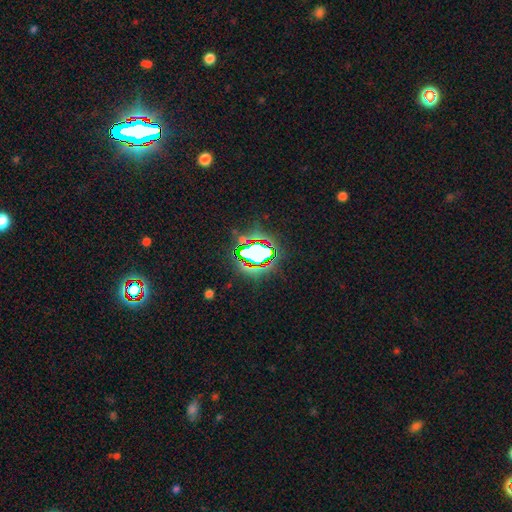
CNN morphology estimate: Smooth or featured? Predicted: star or artifact (p=0.62).